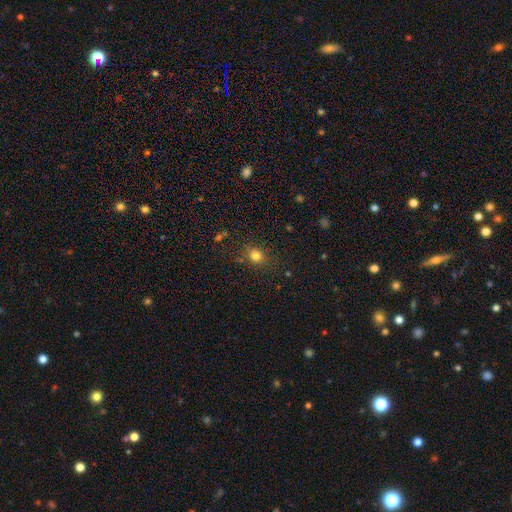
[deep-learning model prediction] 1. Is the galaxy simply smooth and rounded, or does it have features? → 79% smooth, 14% star or artifact, 7% featured or disk.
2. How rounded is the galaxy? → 66% round, 32% in between, 1% cigar-shaped.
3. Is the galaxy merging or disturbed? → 80% none, 13% minor disturbance, 4% major disturbance, 3% merger.